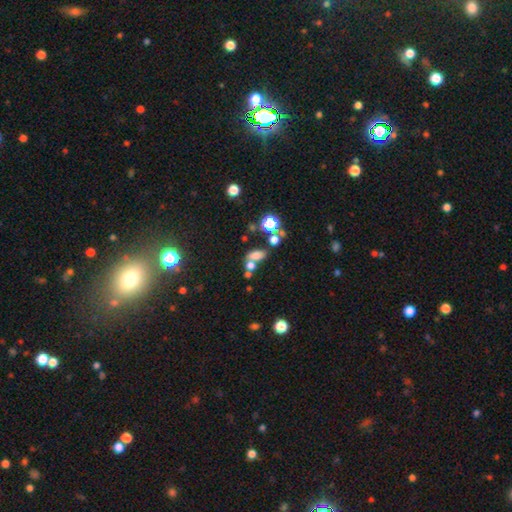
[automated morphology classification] smooth_or_featured: smooth (p=0.67) [alt: star or artifact p=0.20]
how_rounded: in between (p=0.77) [alt: round p=0.16]
merging: none (p=0.45) [alt: merger p=0.35]